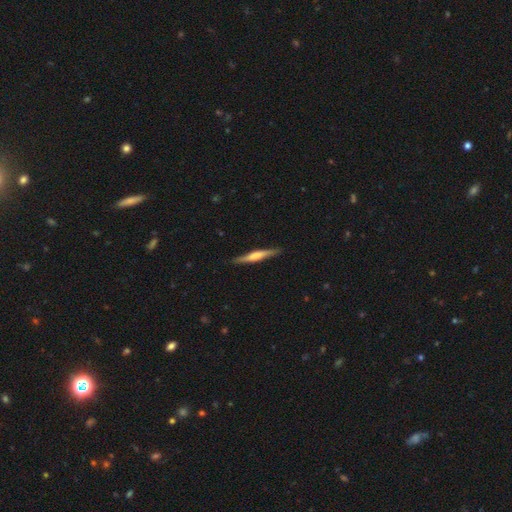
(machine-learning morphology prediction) type=featured or disk (56%); edge-on=yes (97%); edge-on bulge=rounded (47%); merging=none (87%).